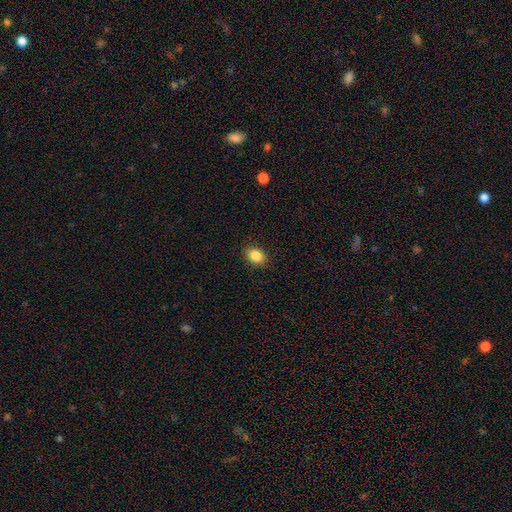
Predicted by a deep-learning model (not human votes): smooth_or_featured: smooth (p=0.87) [alt: star or artifact p=0.09]
how_rounded: in between (p=0.67) [alt: round p=0.32]
merging: none (p=0.89) [alt: minor disturbance p=0.08]